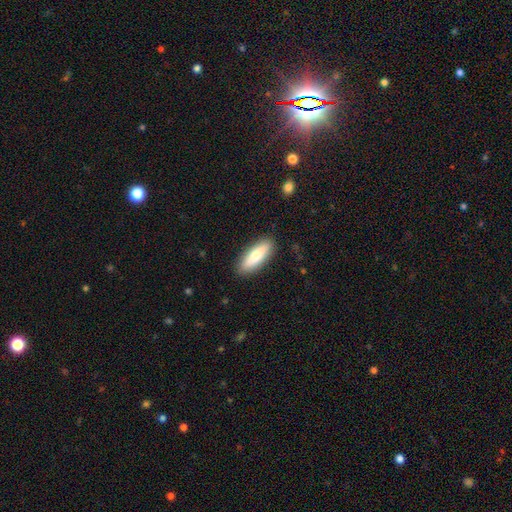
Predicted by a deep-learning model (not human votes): smooth_or_featured: smooth (p=0.75) [alt: featured or disk p=0.19]
how_rounded: in between (p=0.60) [alt: cigar-shaped p=0.38]
merging: none (p=0.88) [alt: minor disturbance p=0.09]